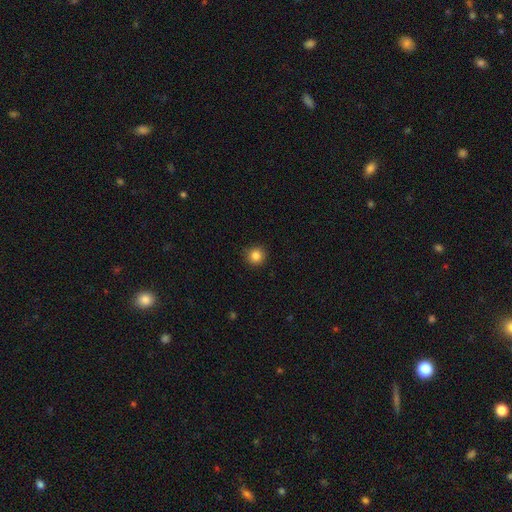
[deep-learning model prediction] A smooth galaxy with no disk features (85%) that is round (93%). Merging: none (90%).